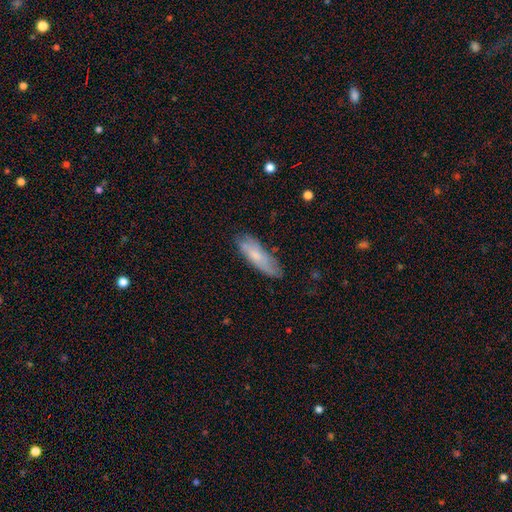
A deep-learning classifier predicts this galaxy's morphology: The model was most divided on "how rounded": cigar-shaped: 51%, in between: 47%, round: 2%. More confident: merging — none (72%); smooth or featured — smooth (64%).